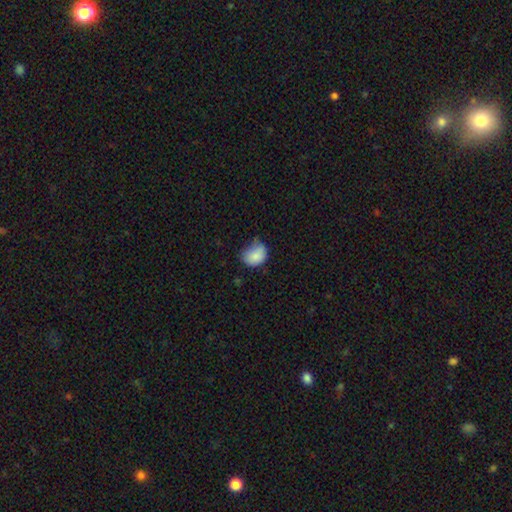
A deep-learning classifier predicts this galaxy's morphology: The model was most divided on "how rounded": round: 51%, in between: 48%, cigar-shaped: 1%. Remaining: smooth or featured — smooth (84%); merging — none (46%).